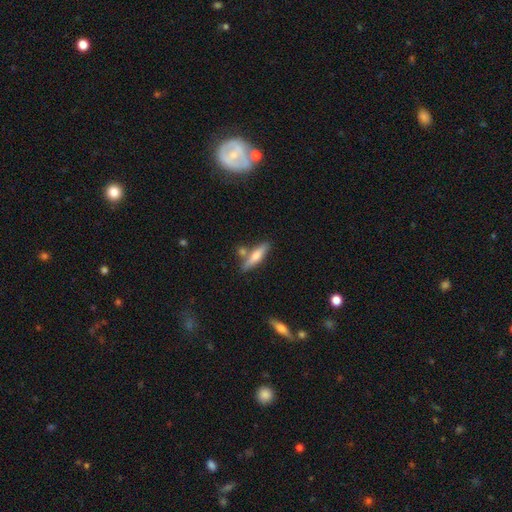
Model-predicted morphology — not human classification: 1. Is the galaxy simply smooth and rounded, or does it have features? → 58% smooth, 35% featured or disk, 7% star or artifact.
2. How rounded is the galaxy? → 74% cigar-shaped, 24% in between, 2% round.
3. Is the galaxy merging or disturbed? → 72% none, 13% minor disturbance, 12% merger, 3% major disturbance.